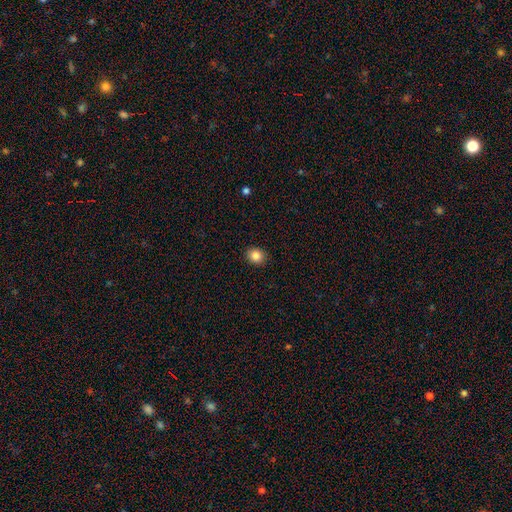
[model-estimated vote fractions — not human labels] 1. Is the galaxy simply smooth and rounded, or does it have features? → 85% smooth, 10% star or artifact, 5% featured or disk.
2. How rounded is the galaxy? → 67% round, 32% in between, 1% cigar-shaped.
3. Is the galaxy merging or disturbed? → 91% none, 6% minor disturbance, 2% major disturbance, 1% merger.